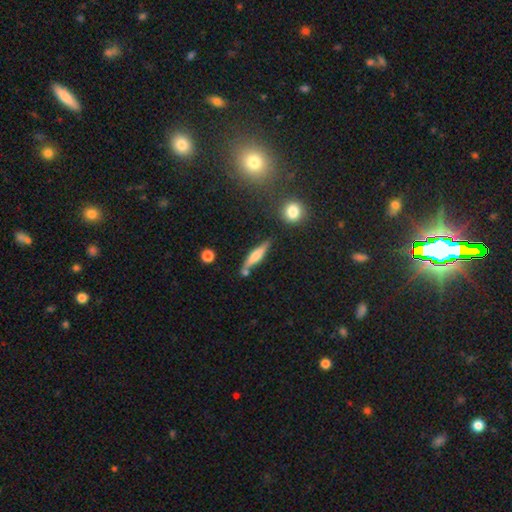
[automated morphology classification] Q: Smooth or featured?
A: smooth (47%); runner-up: featured or disk (45%)
Q: Merging?
A: none (73%); runner-up: minor disturbance (13%)